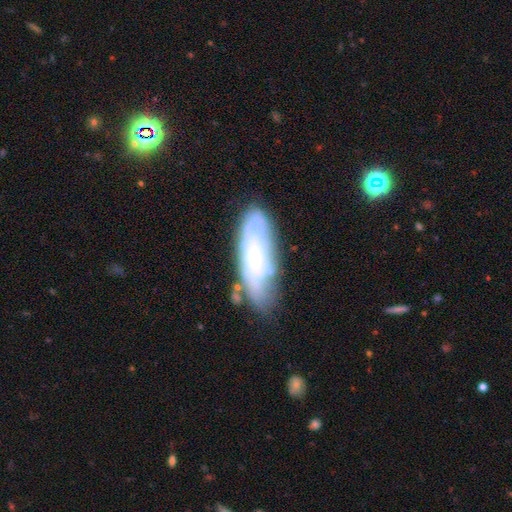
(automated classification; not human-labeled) A featured or disk galaxy (61%). Merging: none (71%).